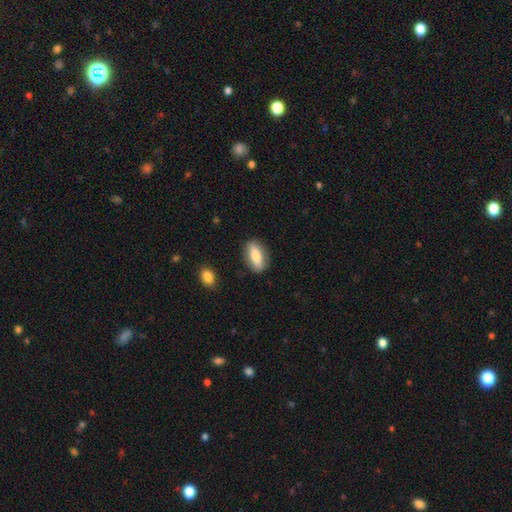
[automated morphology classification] Smooth or featured? smooth (69%)
How rounded? in between (71%)
Merging? none (85%)